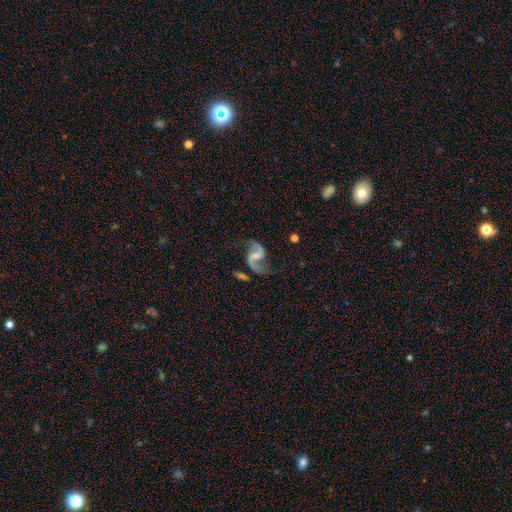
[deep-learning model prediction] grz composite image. It shows a featured or disk galaxy (90%) with a weak bar (51%), 2 (93%) loose (72%) spiral arms (97%) and a small central bulge (50%). Merging: none (69%).